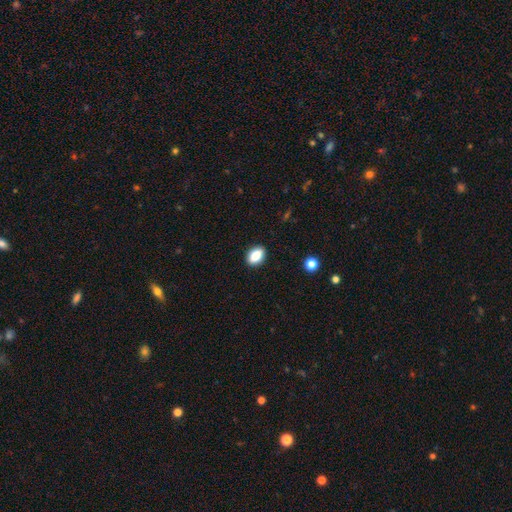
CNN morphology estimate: type=smooth (86%); roundness=in between (83%); merging=none (90%).